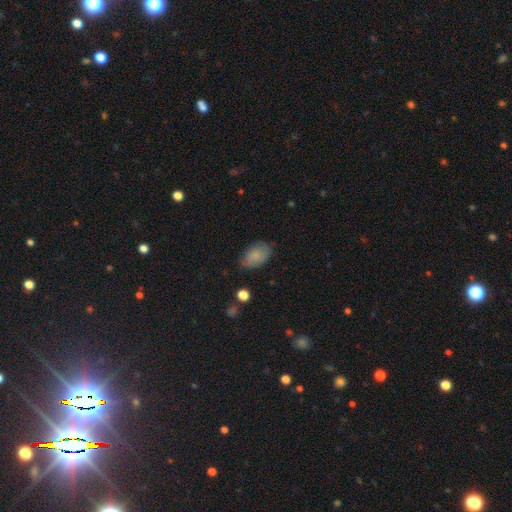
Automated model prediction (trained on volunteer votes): A smooth galaxy with no disk features (79%) that is in between round and cigar-shaped (88%). Merging: none (71%).